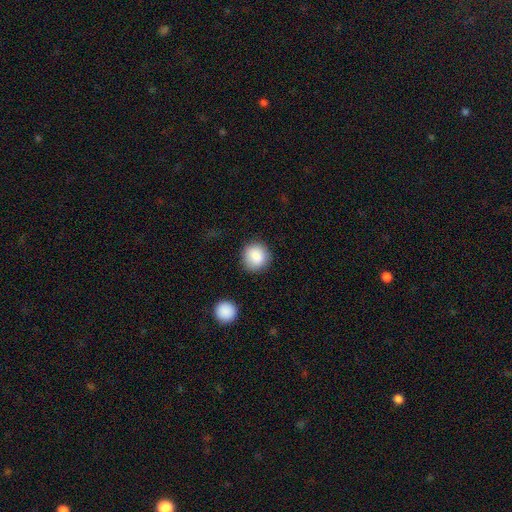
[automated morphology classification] Smooth or featured?
  - smooth: 88% *
  - star or artifact: 8%
  - featured or disk: 4%
How rounded?
  - round: 89% *
  - in between: 10%
  - cigar-shaped: 1%
Merging?
  - none: 86% *
  - minor disturbance: 9%
  - major disturbance: 3%
  - merger: 2%